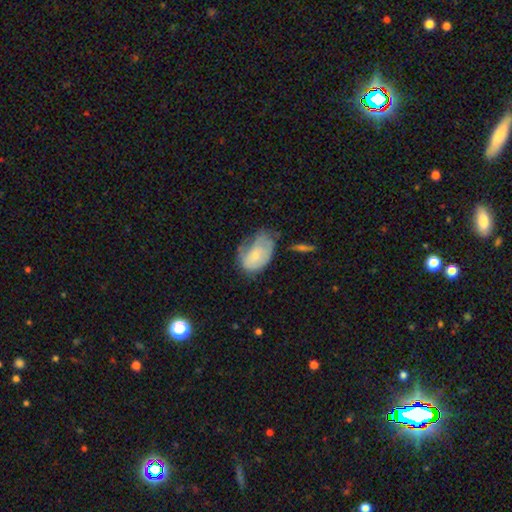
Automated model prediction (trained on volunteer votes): Q: Smooth or featured?
A: smooth (63%); runner-up: featured or disk (30%)
Q: How rounded?
A: in between (87%); runner-up: round (11%)
Q: Merging?
A: minor disturbance (38%); runner-up: major disturbance (30%)